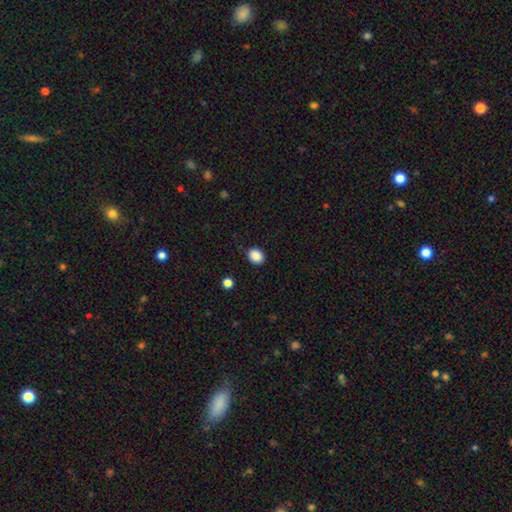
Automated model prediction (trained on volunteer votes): Smooth or featured?
  - smooth: 88% *
  - star or artifact: 9%
  - featured or disk: 3%
How rounded?
  - round: 52% *
  - in between: 47%
  - cigar-shaped: 1%
Merging?
  - none: 89% *
  - minor disturbance: 7%
  - major disturbance: 2%
  - merger: 1%